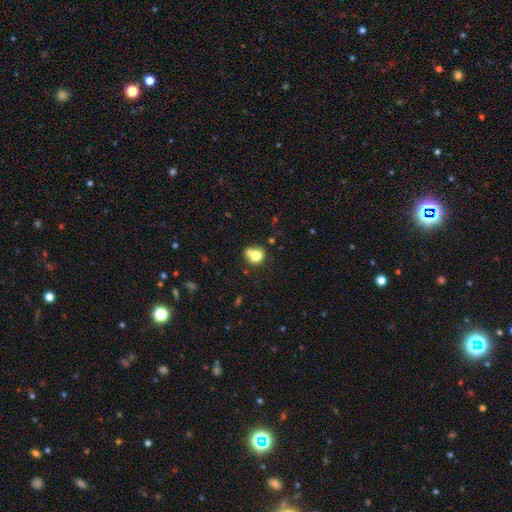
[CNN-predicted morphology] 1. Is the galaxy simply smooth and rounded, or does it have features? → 76% smooth, 14% featured or disk, 11% star or artifact.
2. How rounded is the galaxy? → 71% round, 28% in between, 1% cigar-shaped.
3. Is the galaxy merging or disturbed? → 48% none, 27% merger, 18% minor disturbance, 7% major disturbance.